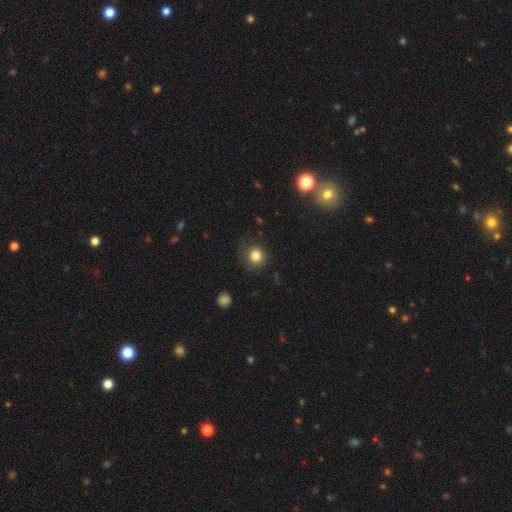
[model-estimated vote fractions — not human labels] smooth 83%, star or artifact 11%, featured or disk 6%. Down the decision tree: how rounded — round (89%); merging — none (81%).